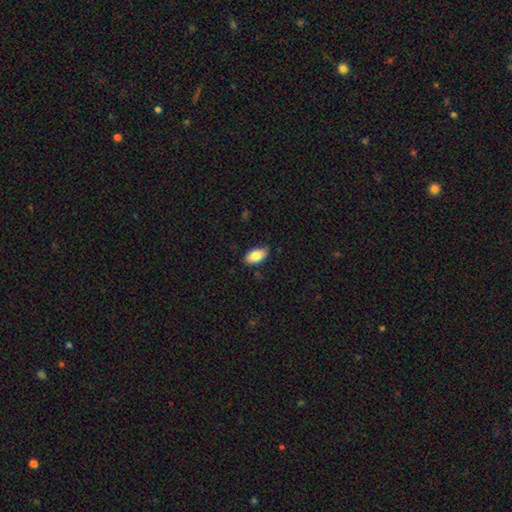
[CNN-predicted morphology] Smooth or featured? smooth (83%)
How rounded? in between (93%)
Merging? none (80%)